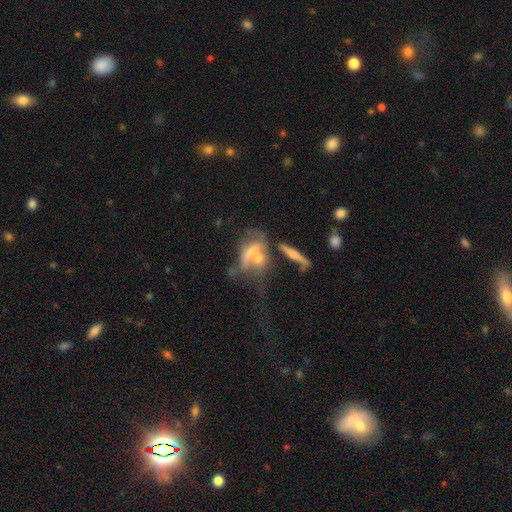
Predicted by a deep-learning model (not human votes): Smooth or featured? featured or disk (50%)
Edge-on disk? no (75%)
Merging? major disturbance (34%)